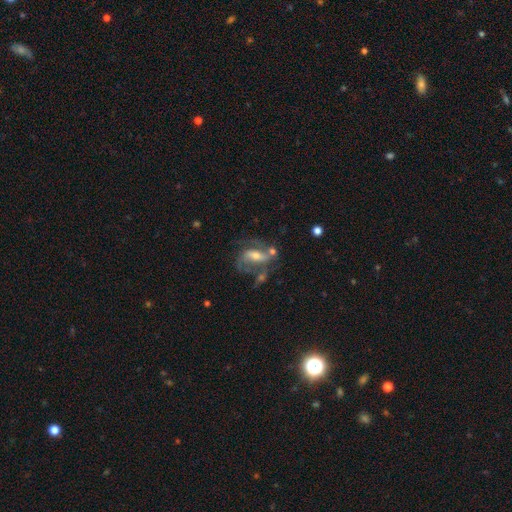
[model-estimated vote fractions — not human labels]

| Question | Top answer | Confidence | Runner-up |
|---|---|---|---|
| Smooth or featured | featured or disk | 73% | smooth (19%) |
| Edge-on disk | no | 92% | yes (8%) |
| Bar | strong | 40% | weak (36%) |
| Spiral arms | yes | 82% | no (18%) |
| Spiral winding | medium | 47% | loose (32%) |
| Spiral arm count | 2 | 74% | can't tell (12%) |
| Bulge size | moderate | 53% | small (36%) |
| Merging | none | 45% | major disturbance (20%) |